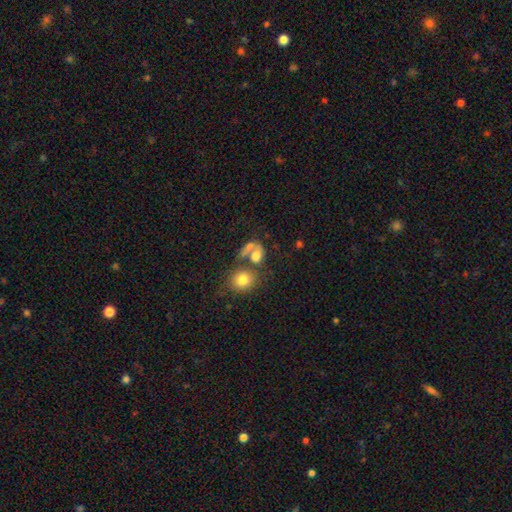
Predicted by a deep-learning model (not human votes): A smooth galaxy with no disk features (67%) that is in between round and cigar-shaped (57%). Merging: merger (46%).